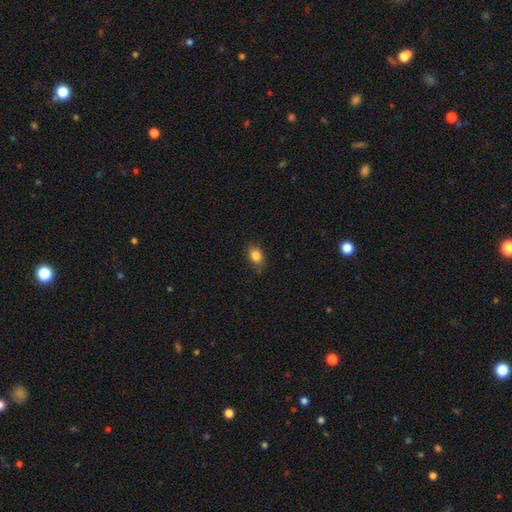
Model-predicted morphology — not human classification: Smooth or featured?
  - smooth: 85% *
  - star or artifact: 9%
  - featured or disk: 6%
How rounded?
  - in between: 75% *
  - round: 23%
  - cigar-shaped: 2%
Merging?
  - none: 80% *
  - minor disturbance: 16%
  - major disturbance: 3%
  - merger: 1%